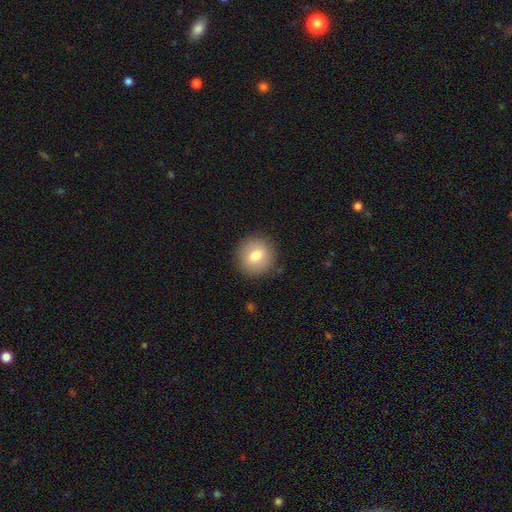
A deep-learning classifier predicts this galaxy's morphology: smooth_or_featured: smooth (p=0.75) [alt: featured or disk p=0.16]
how_rounded: round (p=0.91) [alt: in between p=0.08]
merging: none (p=0.87) [alt: minor disturbance p=0.09]